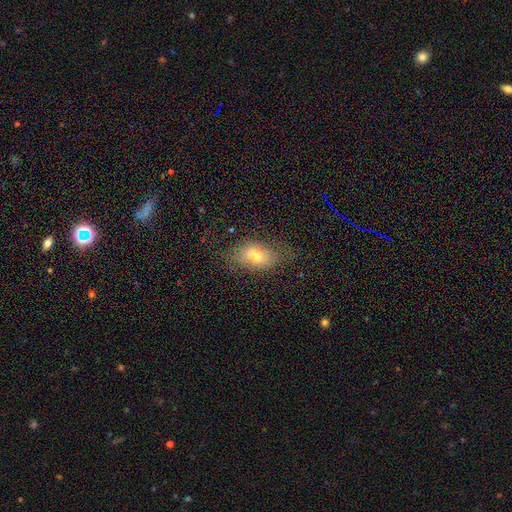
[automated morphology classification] Overall: smooth (69%). How rounded: in between (84%). Merging: none (65%).